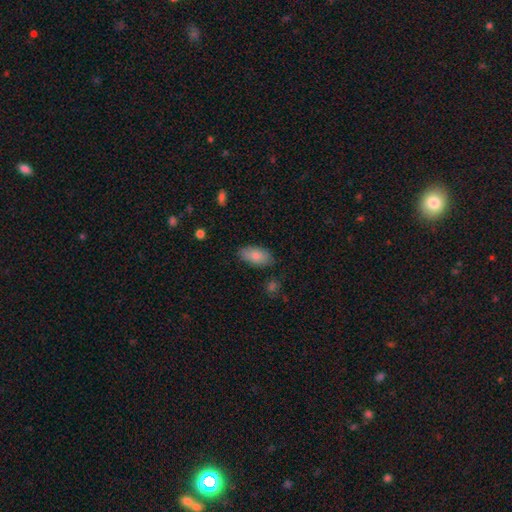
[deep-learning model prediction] Smooth or featured? smooth (82%)
How rounded? in between (93%)
Merging? none (79%)